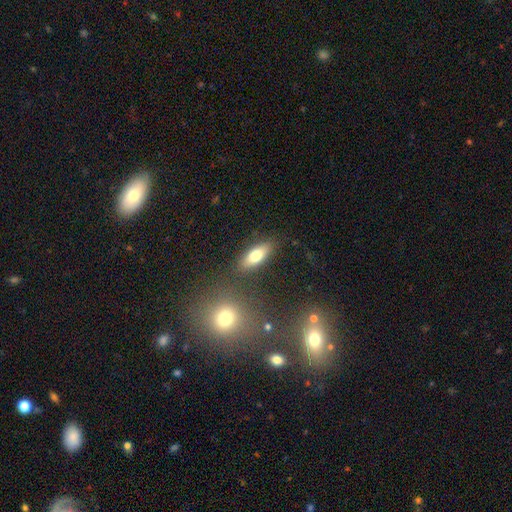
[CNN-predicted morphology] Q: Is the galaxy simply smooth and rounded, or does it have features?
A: smooth — 75%.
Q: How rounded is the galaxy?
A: in between — 74%.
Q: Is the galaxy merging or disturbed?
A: none — 83%.